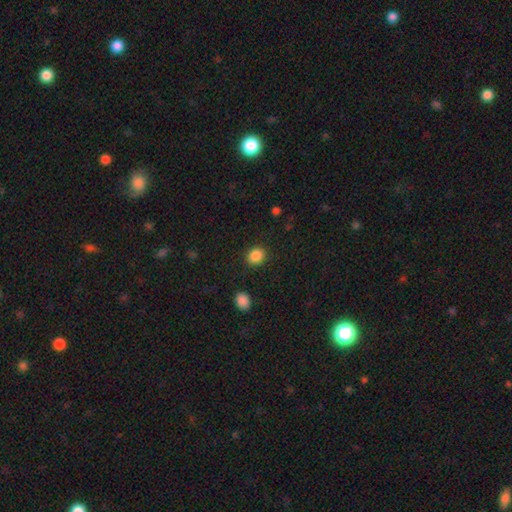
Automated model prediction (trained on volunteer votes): The model was most divided on "how rounded": round: 69%, in between: 30%, cigar-shaped: 1%. More confident: merging — none (88%); smooth or featured — smooth (87%).